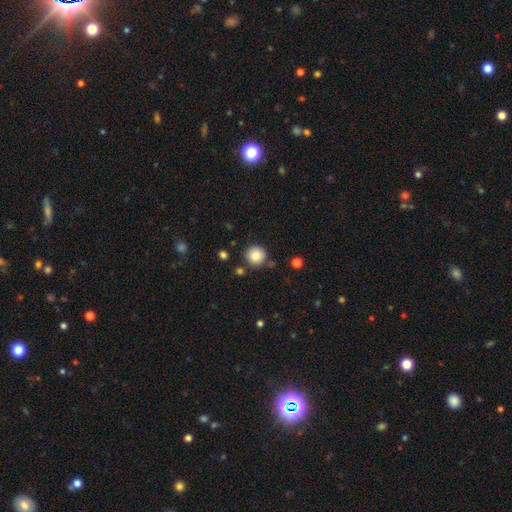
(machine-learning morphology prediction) smooth-or-featured: smooth: 85% | star or artifact: 9% | featured or disk: 5%
  how-rounded: round: 93% | in between: 6% | cigar-shaped: 1%
  merging: none: 80% | minor disturbance: 11% | merger: 5% | major disturbance: 3%